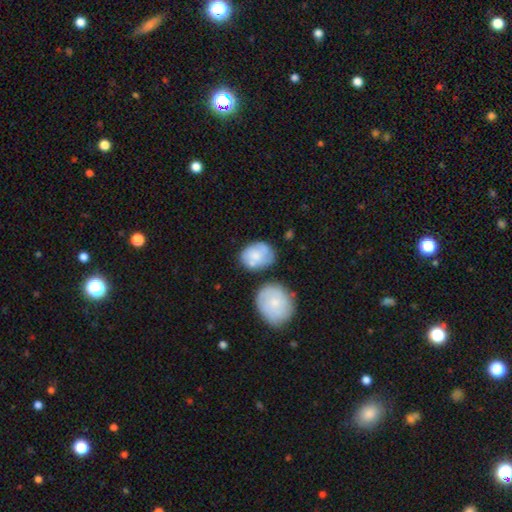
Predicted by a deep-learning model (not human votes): smooth 63%, featured or disk 30%, star or artifact 7%. Down the decision tree: how rounded — in between (61%); merging — none (50%).